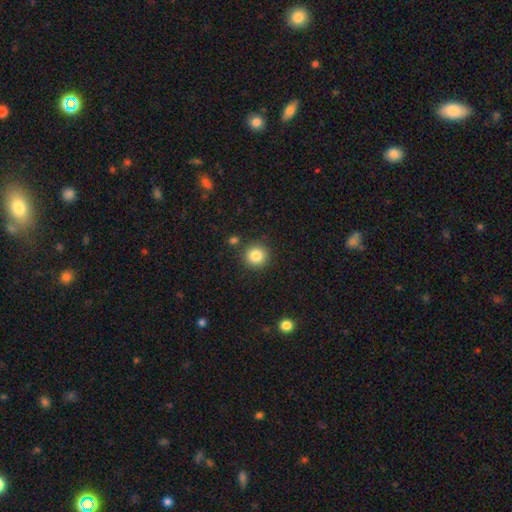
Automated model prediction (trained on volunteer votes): Smooth or featured?
  - smooth: 84% *
  - star or artifact: 10%
  - featured or disk: 5%
How rounded?
  - round: 93% *
  - in between: 6%
  - cigar-shaped: 1%
Merging?
  - none: 87% *
  - minor disturbance: 7%
  - merger: 4%
  - major disturbance: 2%